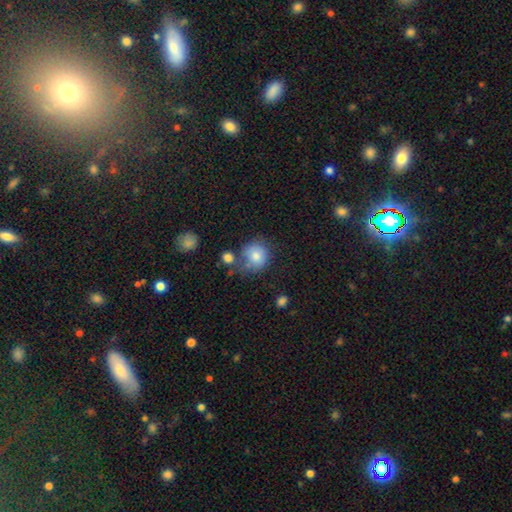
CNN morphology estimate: Overall: smooth (80%). How rounded: round (83%). Merging: none (52%; minor disturbance 22%).